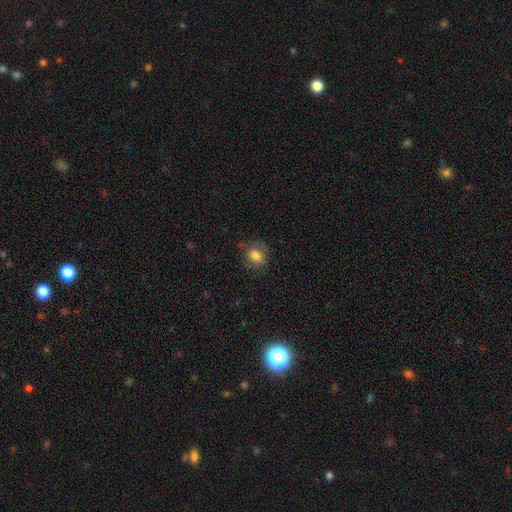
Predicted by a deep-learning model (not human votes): Overall: smooth (79%). How rounded: round (55%; in between 44%). Merging: none (73%).